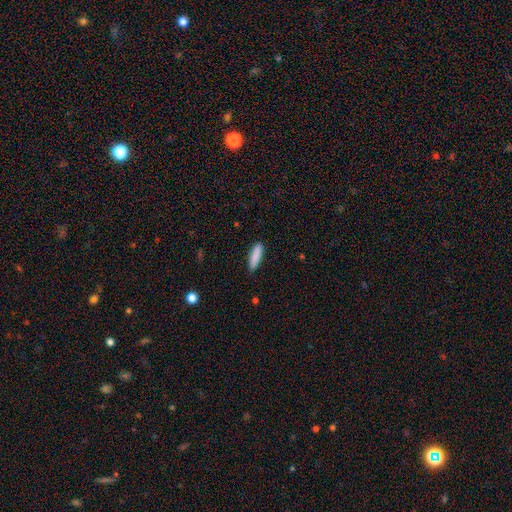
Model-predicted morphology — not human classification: smooth-or-featured: smooth: 88% | star or artifact: 6% | featured or disk: 6%
  how-rounded: cigar-shaped: 67% | in between: 31% | round: 1%
  merging: none: 86% | minor disturbance: 11% | major disturbance: 2% | merger: 1%